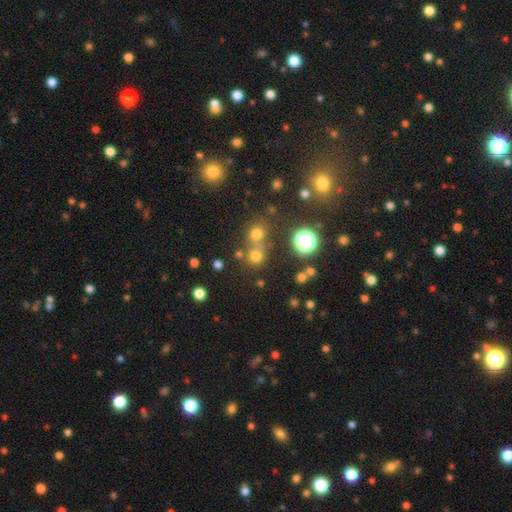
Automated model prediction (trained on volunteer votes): This is likely a smooth galaxy (68%). How rounded: clearly round (89%). Merging: possibly none (58%).